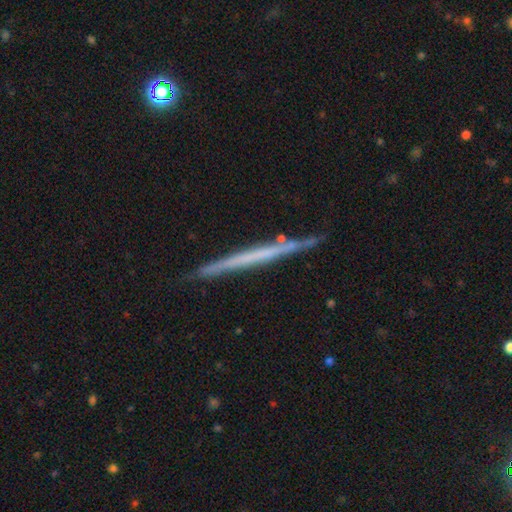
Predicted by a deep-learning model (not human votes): A featured or disk galaxy (60%) viewed edge-on (96%) with no central bulge (91%).

Vote fractions:
- Smooth or featured? featured or disk: 60% / smooth: 34% / star or artifact: 6%
- Edge-on disk? yes: 96% / no: 4%
- Edge-on bulge? none: 91% / rounded: 6% / boxy: 4%
- Merging? none: 84% / minor disturbance: 12% / merger: 2% / major disturbance: 2%